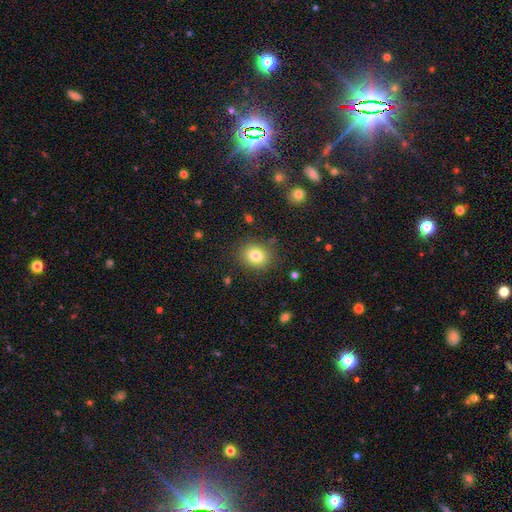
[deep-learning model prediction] This appears to be a smooth galaxy with no disk features (81%) that is round (67%). Merging: none (85%).